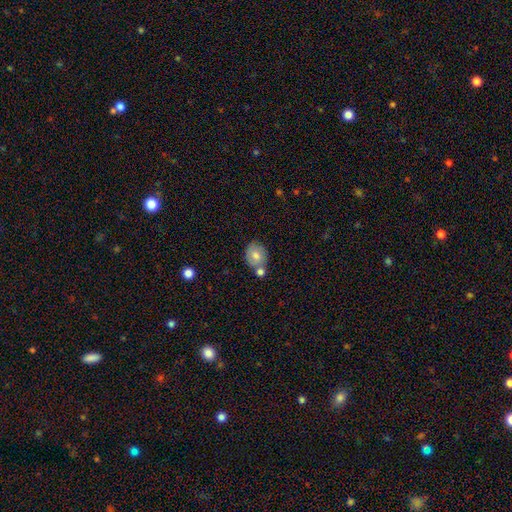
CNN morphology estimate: smooth_or_featured: smooth (p=0.69) [alt: featured or disk p=0.24]
how_rounded: in between (p=0.51) [alt: round p=0.48]
merging: none (p=0.51) [alt: merger p=0.29]